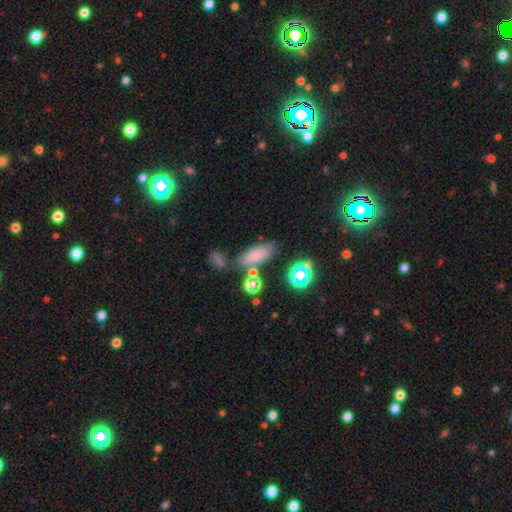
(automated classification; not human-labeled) This is likely a smooth galaxy (71%). How rounded: likely in between (73%). Merging: likely none (67%).